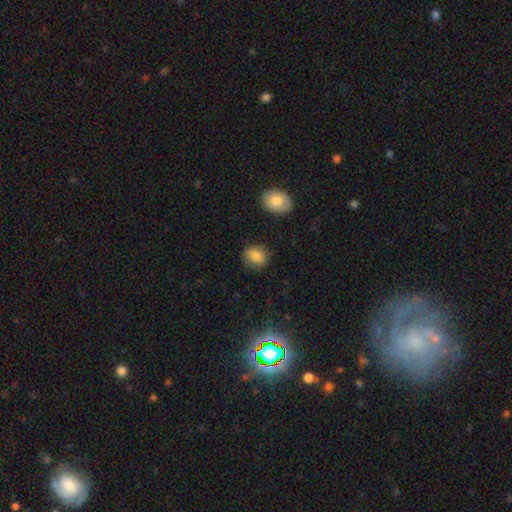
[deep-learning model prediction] This appears to be a smooth galaxy with no disk features (82%) that is round (66%). Merging: none (84%).